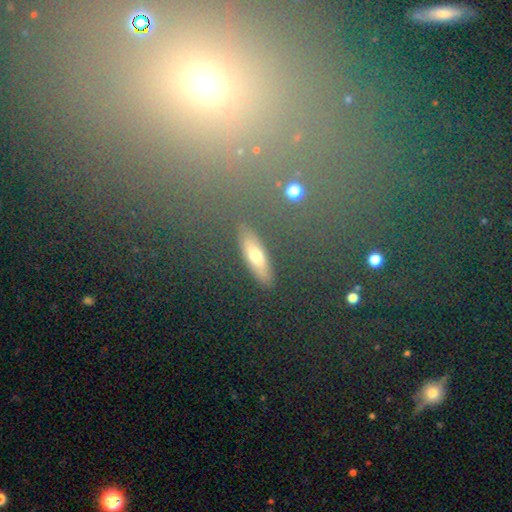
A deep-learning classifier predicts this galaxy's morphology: This is possibly a smooth galaxy (57%). How rounded: possibly cigar-shaped (51%). Merging: clearly none (83%).